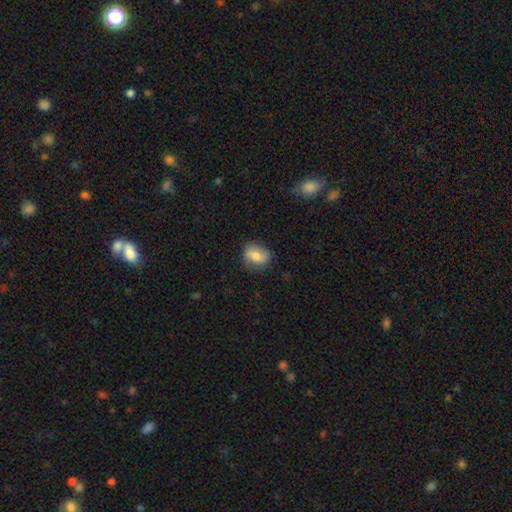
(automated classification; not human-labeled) A smooth galaxy with no disk features (72%) that is in between round and cigar-shaped (61%).

Vote fractions:
- Smooth or featured? smooth: 72% / featured or disk: 20% / star or artifact: 8%
- How rounded? in between: 61% / round: 37% / cigar-shaped: 2%
- Merging? none: 76% / minor disturbance: 18% / major disturbance: 5% / merger: 1%